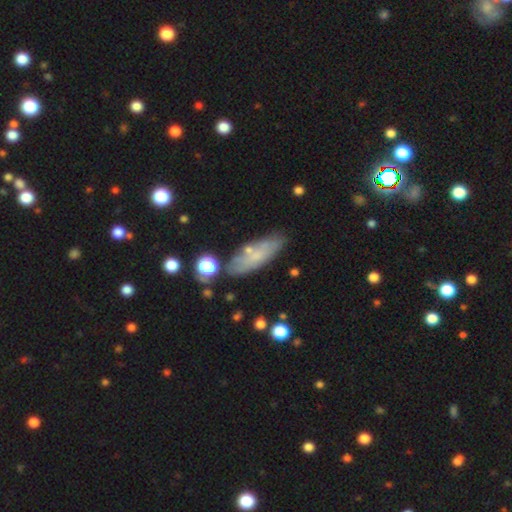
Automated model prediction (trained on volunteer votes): A smooth galaxy with no disk features (61%) that is in between round and cigar-shaped (55%). Merging: none (73%).